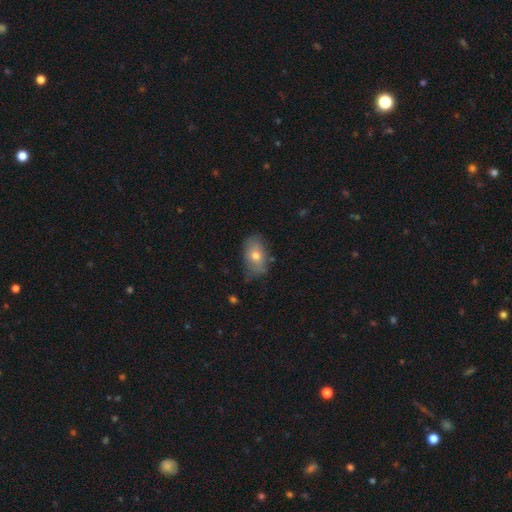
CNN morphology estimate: type=smooth (67%); roundness=in between (86%); merging=none (70%).